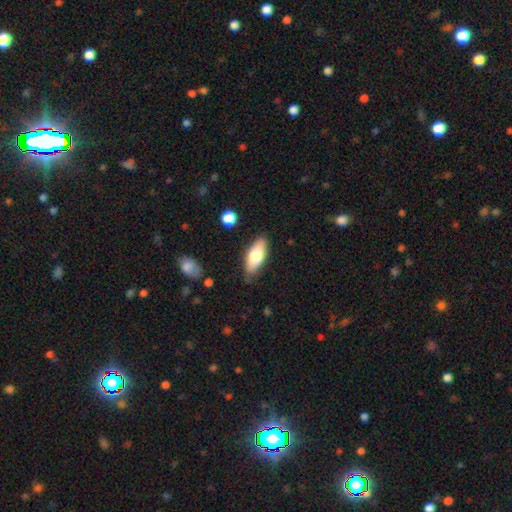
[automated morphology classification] A smooth galaxy with no disk features (72%) that is in between round and cigar-shaped (80%). Merging: none (81%).